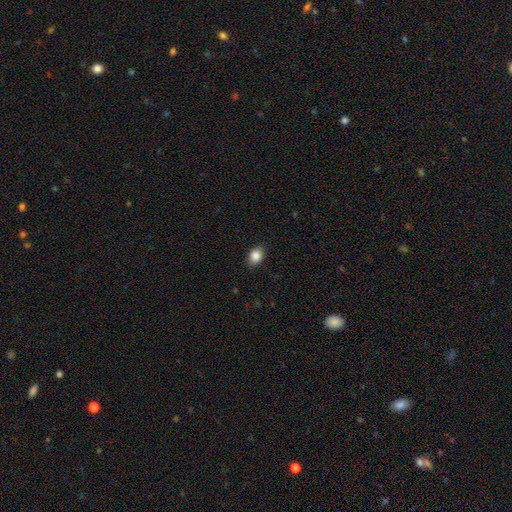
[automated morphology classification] type=smooth (87%); roundness=in between (69%); merging=none (88%).